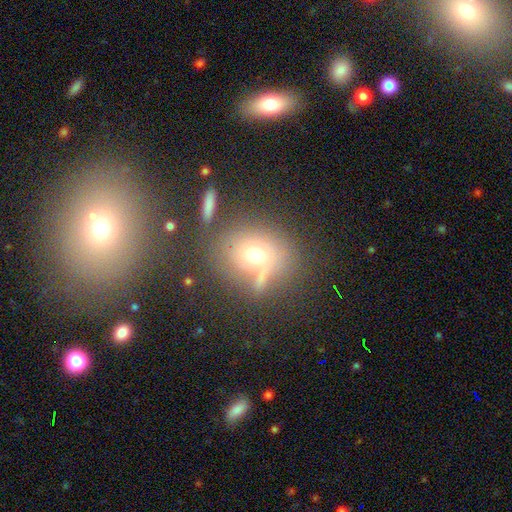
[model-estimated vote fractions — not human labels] Overall: smooth (66%). How rounded: round (71%). Merging: none (56%).